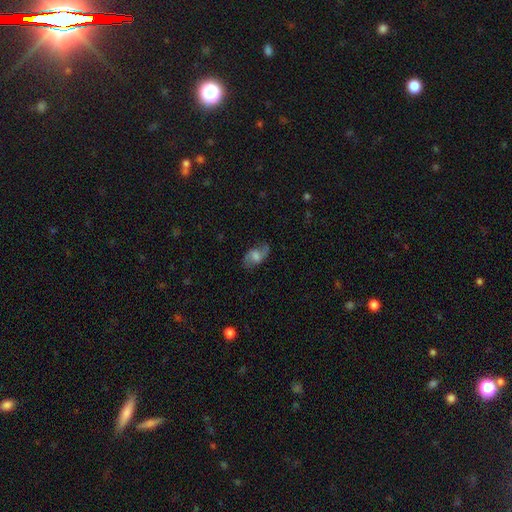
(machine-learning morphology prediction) Smooth or featured? Predicted: featured or disk (p=0.48). Merging? Predicted: none (p=0.66).